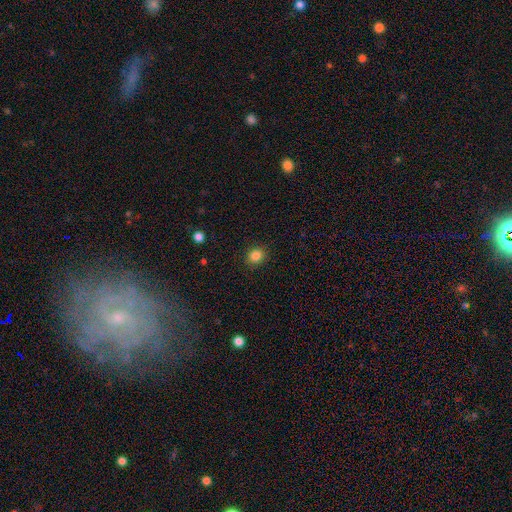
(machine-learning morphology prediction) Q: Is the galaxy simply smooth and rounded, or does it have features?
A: smooth — 85%.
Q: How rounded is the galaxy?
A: round — 75%.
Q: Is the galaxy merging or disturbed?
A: none — 90%.